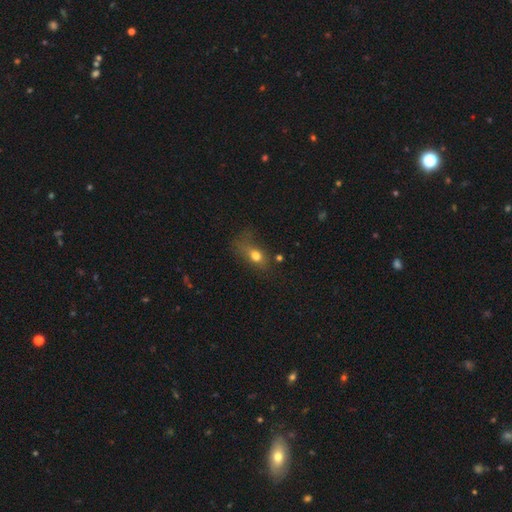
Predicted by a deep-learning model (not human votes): Smooth or featured?
  - smooth: 71% *
  - featured or disk: 16%
  - star or artifact: 14%
How rounded?
  - in between: 67% *
  - round: 25%
  - cigar-shaped: 8%
Merging?
  - none: 36% *
  - major disturbance: 32%
  - minor disturbance: 27%
  - merger: 5%